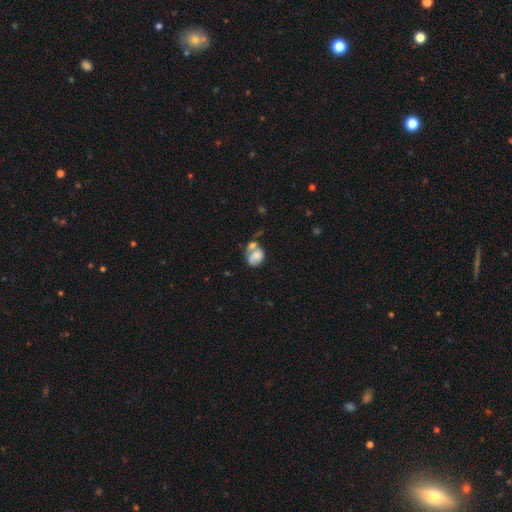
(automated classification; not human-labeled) The model was most divided on "how rounded": in between: 61%, round: 38%, cigar-shaped: 1%. More confident: smooth or featured — smooth (62%); merging — merger (51%).